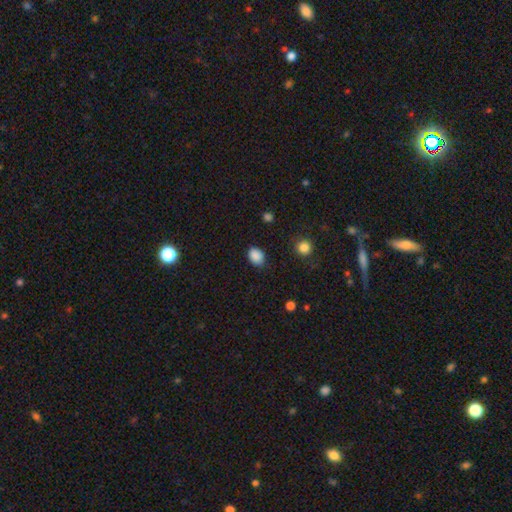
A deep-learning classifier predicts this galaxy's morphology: Smooth or featured: smooth — 87% (star or artifact — 9%)
How rounded: in between — 64% (round — 35%)
Merging: none — 82% (minor disturbance — 14%)